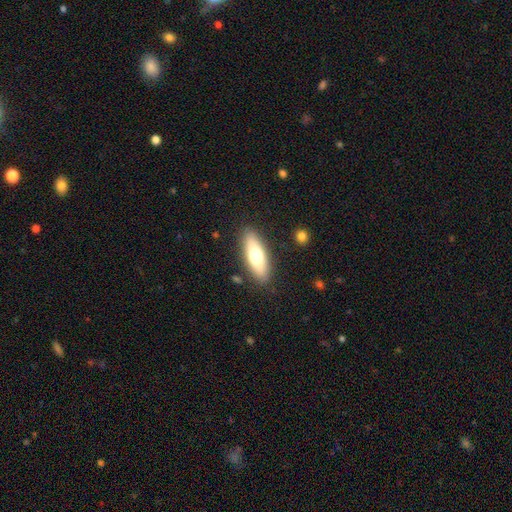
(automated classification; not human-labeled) smooth_or_featured: smooth (p=0.68) [alt: featured or disk p=0.26]
how_rounded: in between (p=0.62) [alt: cigar-shaped p=0.35]
merging: none (p=0.86) [alt: minor disturbance p=0.10]